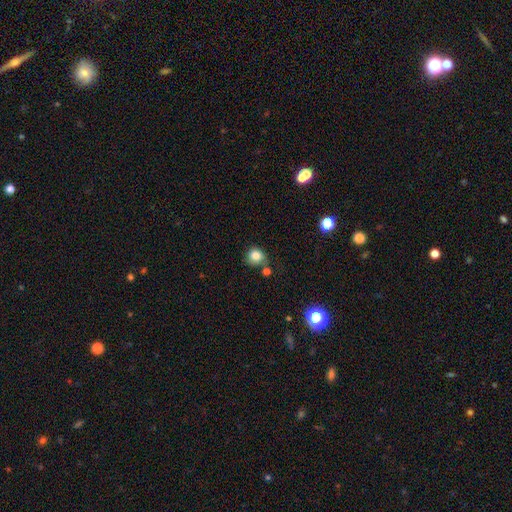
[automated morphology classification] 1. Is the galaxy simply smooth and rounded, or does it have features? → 82% smooth, 11% star or artifact, 7% featured or disk.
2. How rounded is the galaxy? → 82% round, 17% in between, 1% cigar-shaped.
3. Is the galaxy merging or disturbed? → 64% none, 20% minor disturbance, 11% merger, 5% major disturbance.